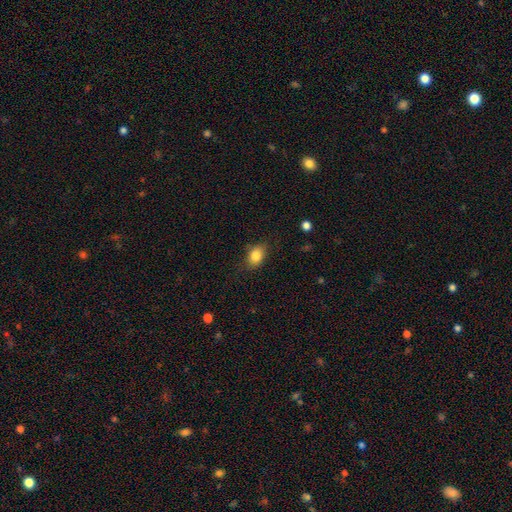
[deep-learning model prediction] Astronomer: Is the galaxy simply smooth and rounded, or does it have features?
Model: smooth — 84%.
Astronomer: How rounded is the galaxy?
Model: in between — 71%.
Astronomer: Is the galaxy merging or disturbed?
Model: none — 79%.